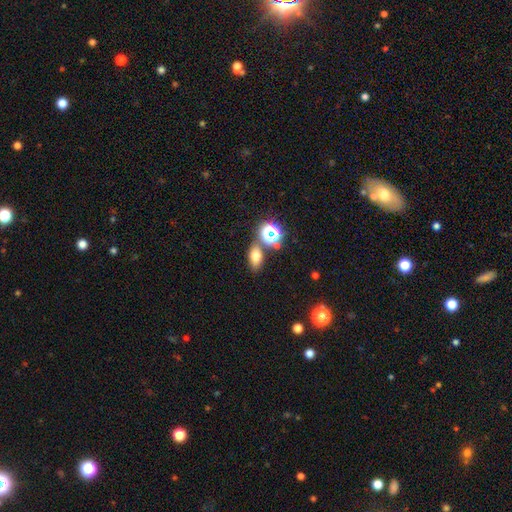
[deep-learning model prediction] Q: Smooth or featured?
A: smooth (69%); runner-up: star or artifact (20%)
Q: How rounded?
A: in between (76%); runner-up: round (21%)
Q: Merging?
A: none (72%); runner-up: merger (14%)